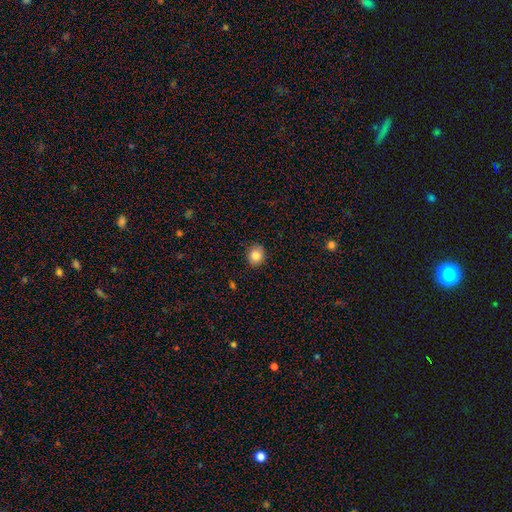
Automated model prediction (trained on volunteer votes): Smooth or featured? Predicted: smooth (p=0.85). How rounded? Predicted: round (p=0.75). Merging? Predicted: none (p=0.89).